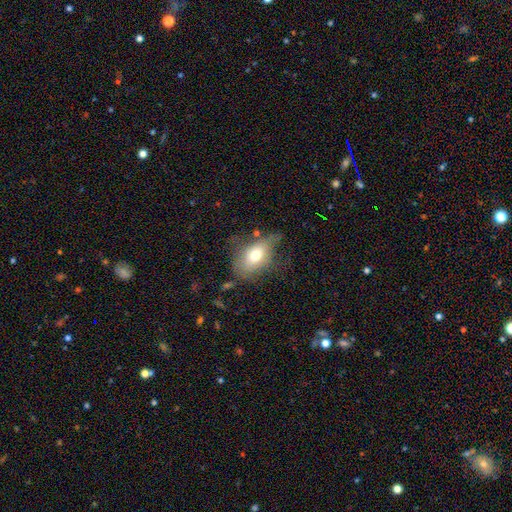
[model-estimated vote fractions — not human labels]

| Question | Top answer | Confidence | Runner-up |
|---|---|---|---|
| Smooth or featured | smooth | 66% | featured or disk (25%) |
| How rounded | in between | 84% | round (14%) |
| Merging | none | 42% | minor disturbance (33%) |